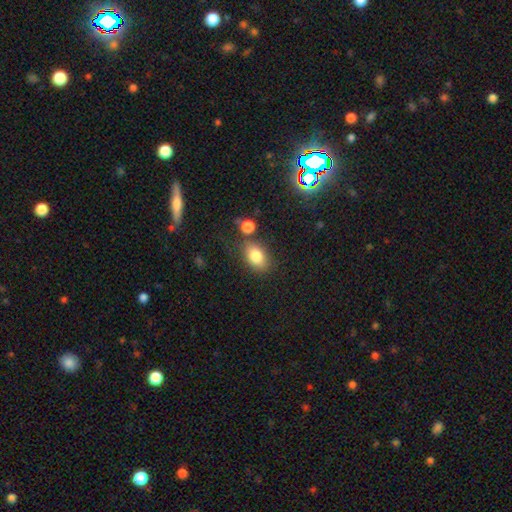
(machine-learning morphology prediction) Smooth or featured: smooth — 81% (featured or disk — 10%)
How rounded: in between — 82% (round — 17%)
Merging: none — 73% (minor disturbance — 14%)